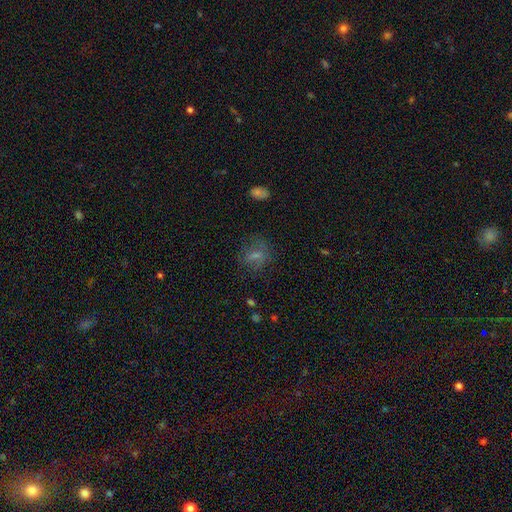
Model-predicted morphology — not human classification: This appears to be a smooth galaxy with no disk features (60%) that is round (54%). Merging: none (68%).